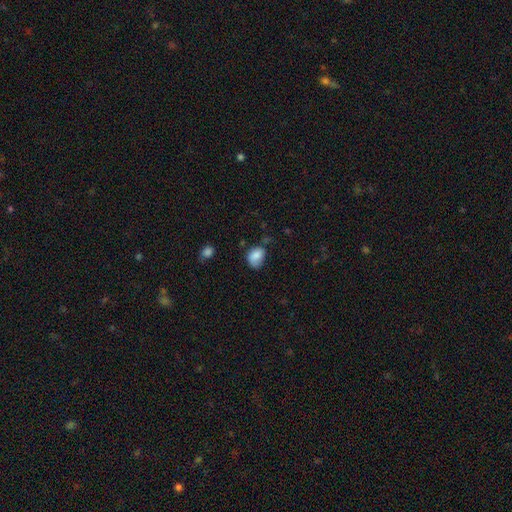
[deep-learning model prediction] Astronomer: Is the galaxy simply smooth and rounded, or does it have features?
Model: smooth — 81%.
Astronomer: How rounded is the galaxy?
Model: in between — 64%.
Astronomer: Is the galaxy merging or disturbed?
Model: none — 49% (runner-up: minor disturbance, 36%).